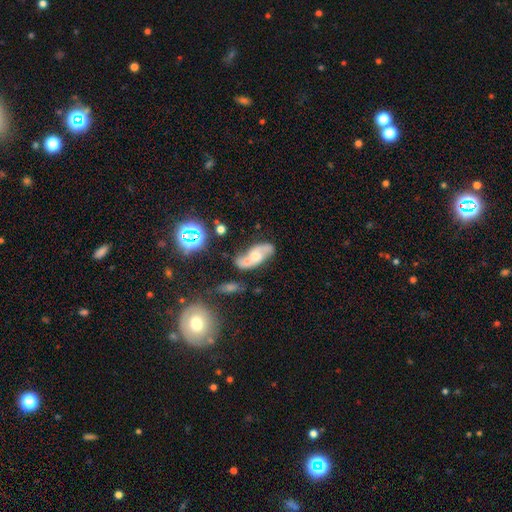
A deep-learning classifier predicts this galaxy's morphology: Smooth or featured? featured or disk (60%)
Edge-on disk? no (92%)
Bar? no (66%)
Spiral arms? yes (79%)
Bulge size? moderate (57%)
Merging? none (41%)